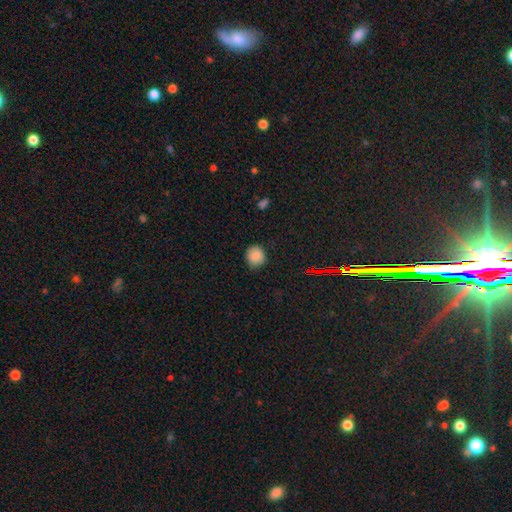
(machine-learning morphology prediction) This appears to be a smooth galaxy with no disk features (84%) that is round (84%). Merging: none (79%).